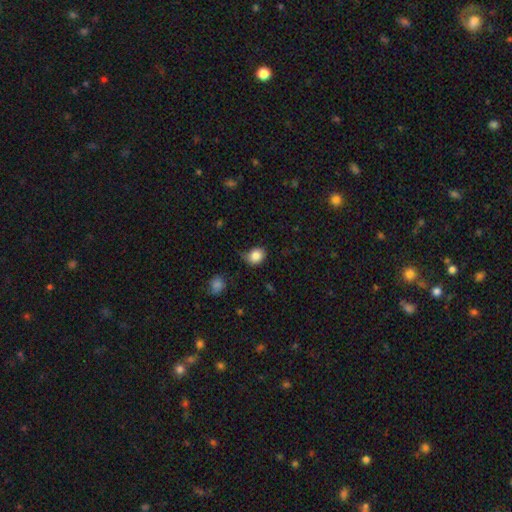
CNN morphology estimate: Smooth or featured? Predicted: smooth (p=0.84). How rounded? Predicted: round (p=0.64). Merging? Predicted: none (p=0.61).